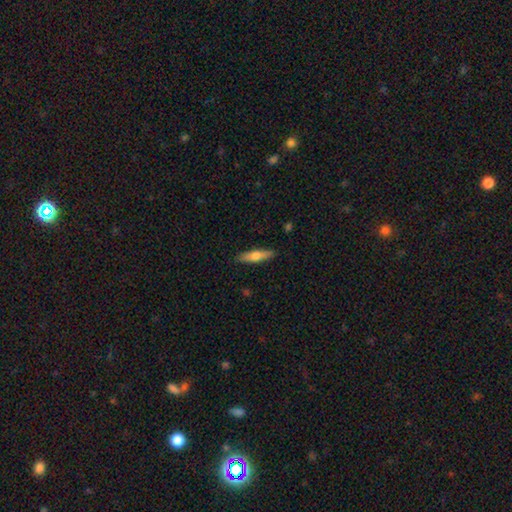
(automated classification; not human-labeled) smooth_or_featured: smooth (p=0.59) [alt: featured or disk p=0.35]
how_rounded: cigar-shaped (p=0.73) [alt: in between p=0.25]
merging: none (p=0.89) [alt: minor disturbance p=0.08]